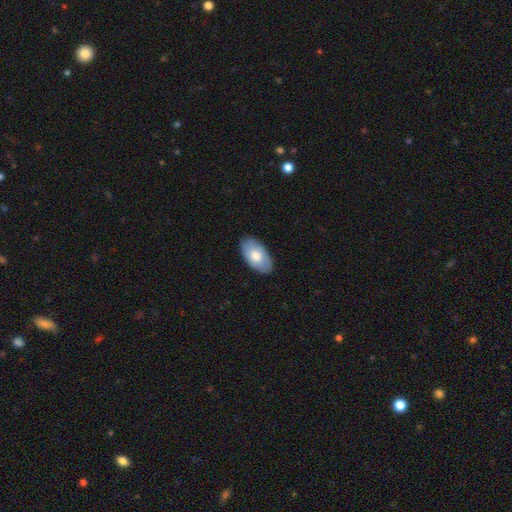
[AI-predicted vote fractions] Overall: smooth (73%). How rounded: in between (95%). Merging: none (87%).